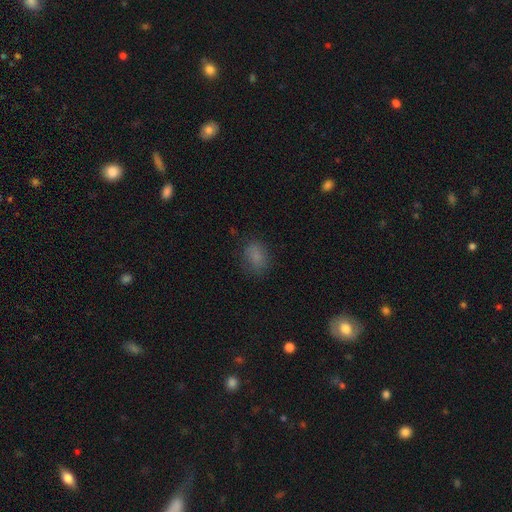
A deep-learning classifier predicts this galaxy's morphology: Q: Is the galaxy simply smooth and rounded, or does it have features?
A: smooth — 79%.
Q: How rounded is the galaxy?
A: in between — 67%.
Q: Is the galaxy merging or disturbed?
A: none — 73%.